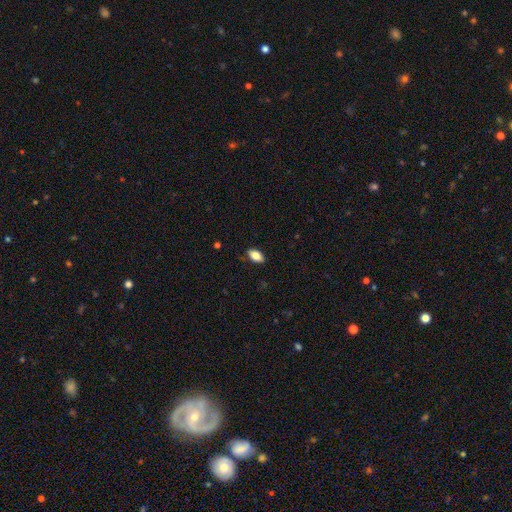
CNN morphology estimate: smooth 81%, featured or disk 11%, star or artifact 7%. Down the decision tree: how rounded — in between (90%); merging — none (84%).